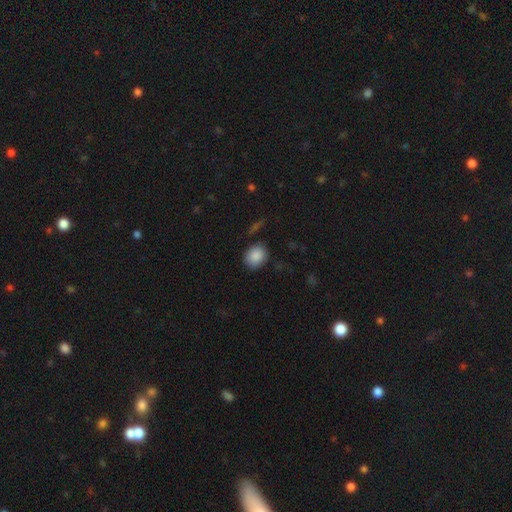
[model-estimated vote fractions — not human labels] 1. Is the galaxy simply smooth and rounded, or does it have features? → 88% smooth, 7% star or artifact, 5% featured or disk.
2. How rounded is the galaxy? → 50% round, 49% in between, 1% cigar-shaped.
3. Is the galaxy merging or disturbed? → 81% none, 14% minor disturbance, 3% major disturbance, 2% merger.